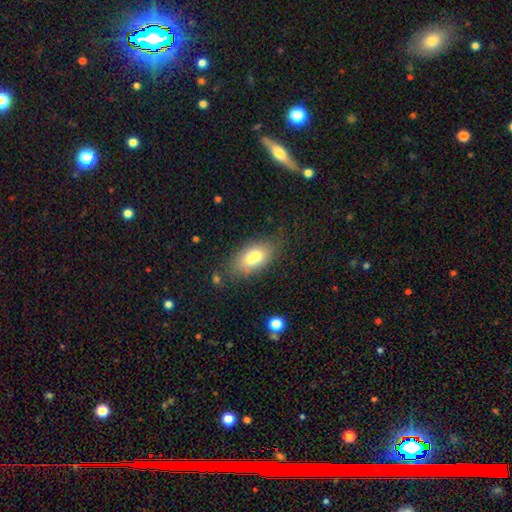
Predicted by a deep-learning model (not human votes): Smooth or featured? Predicted: smooth (p=0.66). How rounded? Predicted: in between (p=0.85). Merging? Predicted: none (p=0.48).